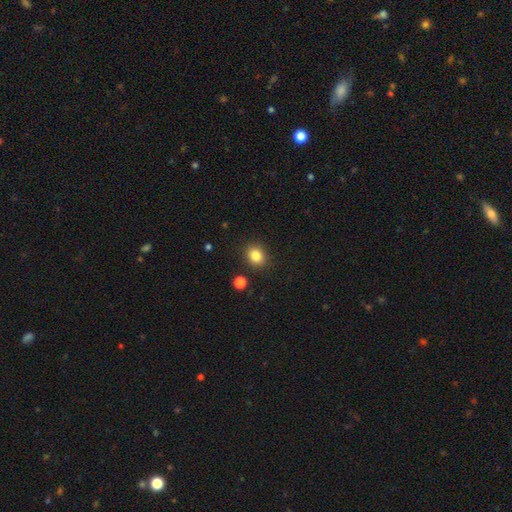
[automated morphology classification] A smooth galaxy with no disk features (83%) that is round (64%).

Vote fractions:
- Smooth or featured? smooth: 83% / star or artifact: 11% / featured or disk: 5%
- How rounded? round: 64% / in between: 35% / cigar-shaped: 1%
- Merging? none: 88% / minor disturbance: 8% / major disturbance: 2% / merger: 2%